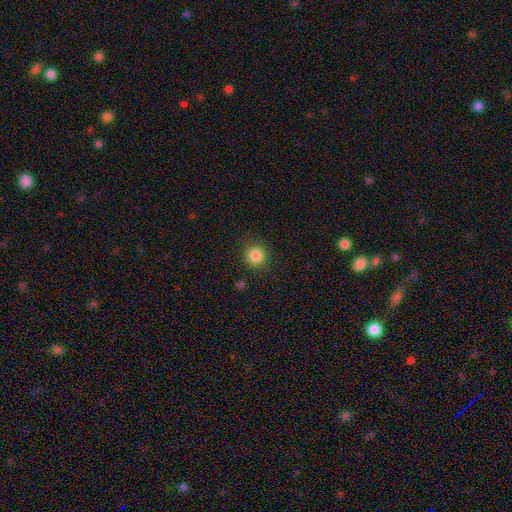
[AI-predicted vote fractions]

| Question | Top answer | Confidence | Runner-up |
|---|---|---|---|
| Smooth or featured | smooth | 85% | star or artifact (11%) |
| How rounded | round | 92% | in between (7%) |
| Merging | none | 90% | minor disturbance (7%) |